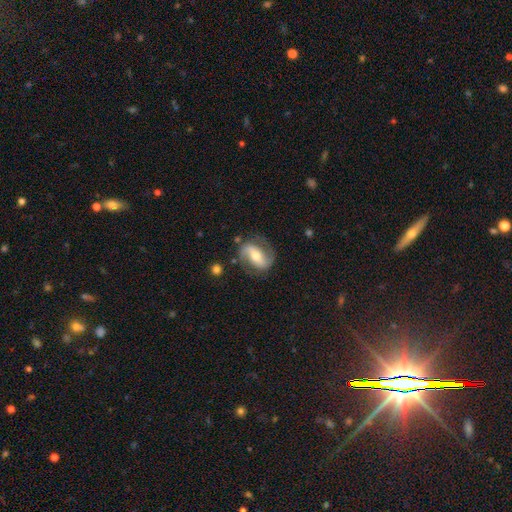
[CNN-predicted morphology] smooth_or_featured: featured or disk (p=0.80) [alt: smooth p=0.15]
disk_edge_on: no (p=0.96) [alt: yes p=0.04]
bar: strong (p=0.46) [alt: weak p=0.31]
has_spiral_arms: yes (p=0.91) [alt: no p=0.09]
spiral_winding: medium (p=0.45) [alt: loose p=0.34]
spiral_arm_count: 2 (p=0.90) [alt: can't tell p=0.04]
bulge_size: moderate (p=0.64) [alt: small p=0.27]
merging: none (p=0.77) [alt: minor disturbance p=0.14]